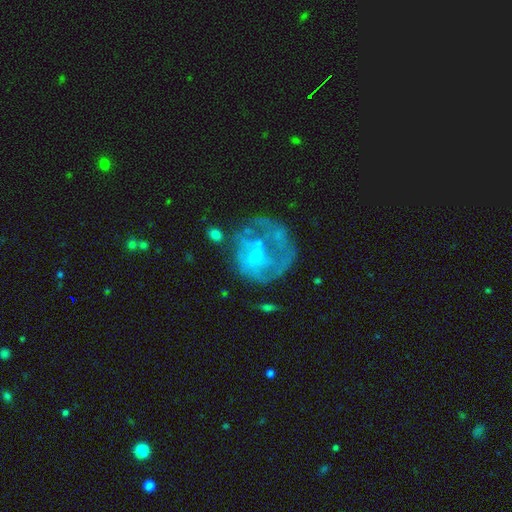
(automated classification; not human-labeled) smooth_or_featured: featured or disk (p=0.62) [alt: smooth p=0.28]
disk_edge_on: no (p=0.98) [alt: yes p=0.02]
bar: no (p=0.63) [alt: weak p=0.29]
has_spiral_arms: no (p=0.61) [alt: yes p=0.39]
bulge_size: none (p=0.50) [alt: small p=0.26]
merging: none (p=0.38) [alt: major disturbance p=0.37]